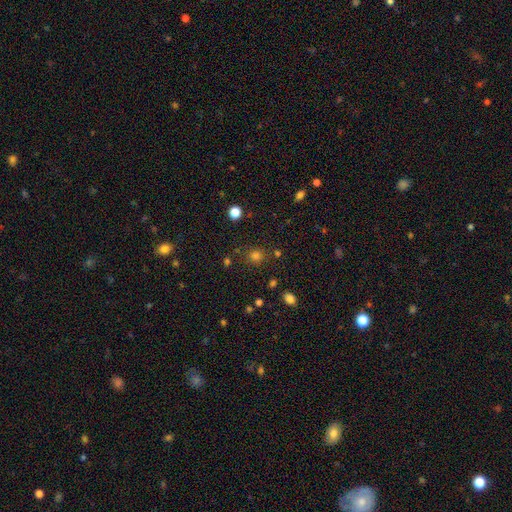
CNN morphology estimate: smooth 72%, star or artifact 23%, featured or disk 5%. Down the decision tree: how rounded — round (83%); merging — none (81%).